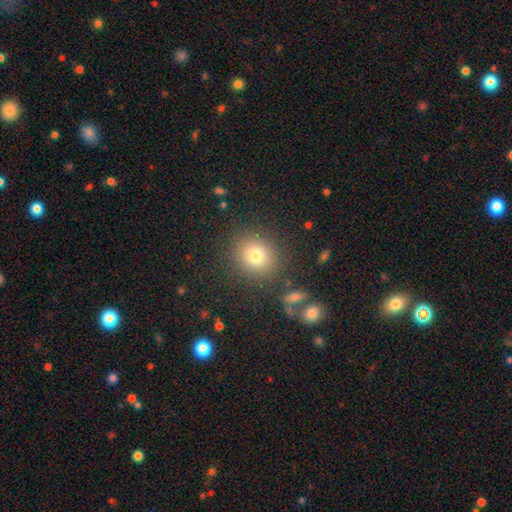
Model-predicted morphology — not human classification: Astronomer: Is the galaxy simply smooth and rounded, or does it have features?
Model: smooth — 77%.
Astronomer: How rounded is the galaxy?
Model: round — 83%.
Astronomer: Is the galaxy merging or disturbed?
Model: none — 85%.